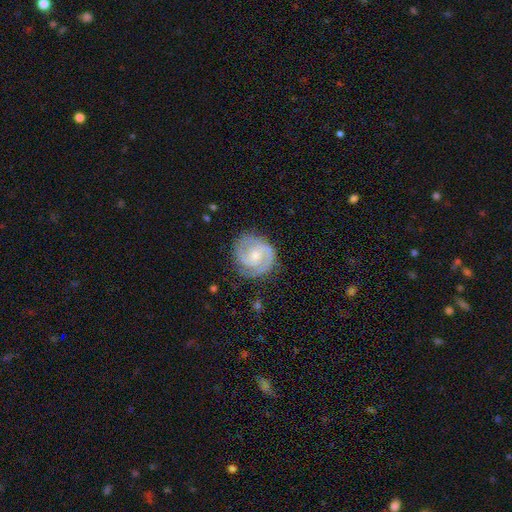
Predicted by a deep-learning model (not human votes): Overall: featured or disk (86%). Edge-on disk: no (98%). Bar: no (53%; weak 39%). Spiral arms: yes (97%). Spiral arm count: 2 (82%). Spiral winding: tight (54%; medium 39%). Bulge size: small (51%; moderate 40%). Merging: none (80%).